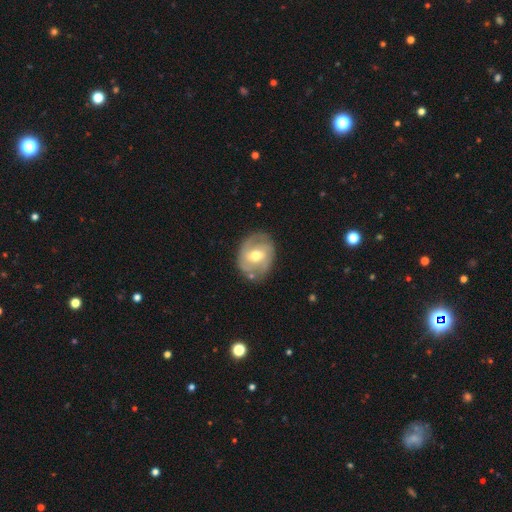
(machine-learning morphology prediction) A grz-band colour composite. It shows a featured or disk galaxy (70%) with a weak bar (45%), 2 (58%) medium (44%) spiral arms (82%) and a moderate central bulge (74%). Merging: none (74%).